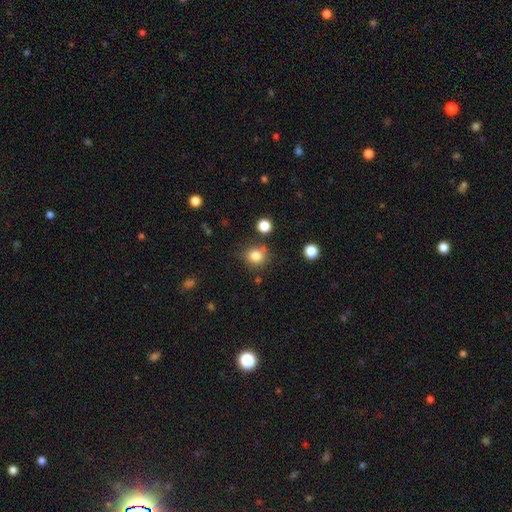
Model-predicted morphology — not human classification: smooth 82%, star or artifact 12%, featured or disk 6%. Down the decision tree: how rounded — round (83%); merging — none (75%).